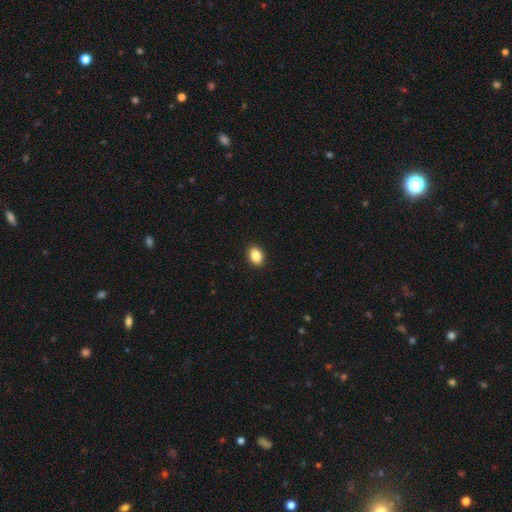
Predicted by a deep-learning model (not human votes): Morphology: type=smooth (88%); roundness=in between (75%); merging=none (91%).